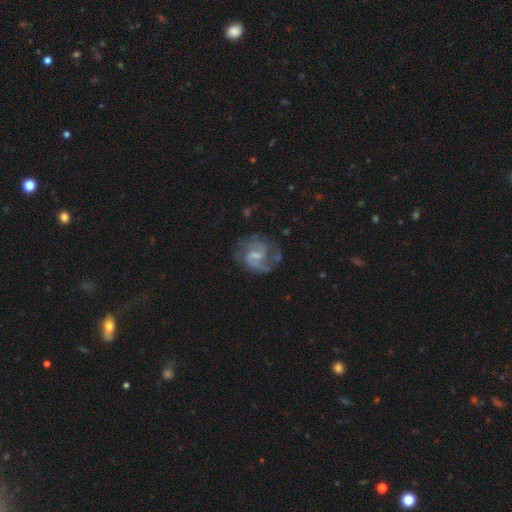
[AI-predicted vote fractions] A featured or disk galaxy (81%) with a weak bar (60%), 2 (74%) medium (54%) spiral arms (93%) and a small central bulge (48%).

Vote fractions:
- Smooth or featured? featured or disk: 81% / smooth: 13% / star or artifact: 6%
- Edge-on disk? no: 98% / yes: 2%
- Bar? weak: 60% / no: 27% / strong: 14%
- Spiral arms? yes: 93% / no: 7%
- Spiral winding? medium: 54% / loose: 27% / tight: 20%
- Spiral arm count? 2: 74% / can't tell: 10% / 3: 7% / 1: 6% / 4: 2% / more than 4: 2%
- Bulge size? small: 48% / moderate: 26% / none: 22% / large: 3% / dominant: 1%
- Merging? none: 62% / minor disturbance: 20% / major disturbance: 16% / merger: 3%